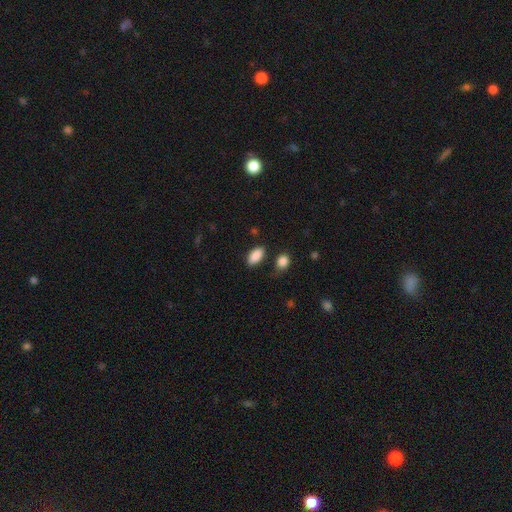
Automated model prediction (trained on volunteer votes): smooth 89%, star or artifact 7%, featured or disk 4%. Down the decision tree: how rounded — in between (92%); merging — none (79%).